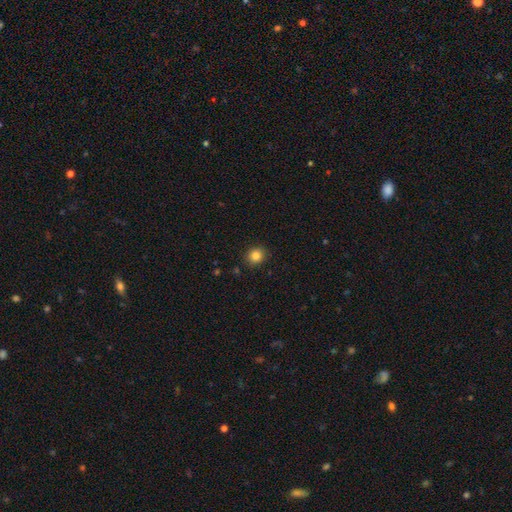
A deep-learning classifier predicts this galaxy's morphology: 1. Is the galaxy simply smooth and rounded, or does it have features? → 84% smooth, 11% star or artifact, 5% featured or disk.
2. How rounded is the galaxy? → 76% round, 23% in between, 1% cigar-shaped.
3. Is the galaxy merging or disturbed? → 90% none, 7% minor disturbance, 2% major disturbance, 1% merger.